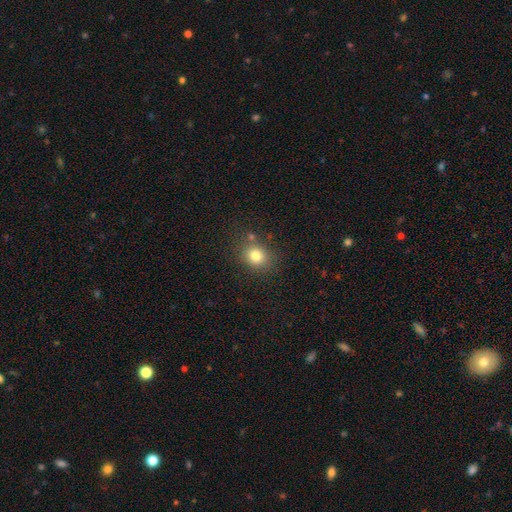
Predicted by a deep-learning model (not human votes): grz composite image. It shows a smooth galaxy with no disk features (80%) that is round (68%). Merging: none (77%).